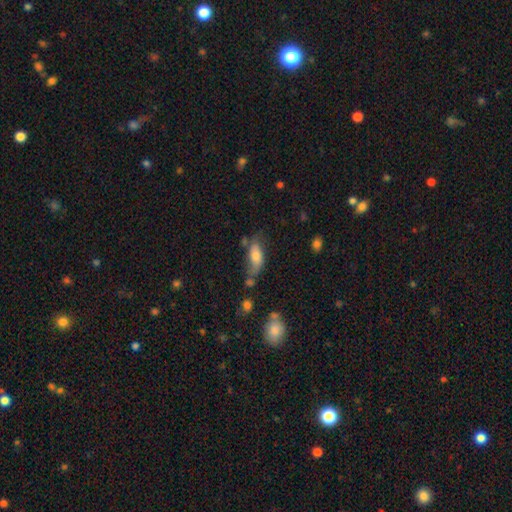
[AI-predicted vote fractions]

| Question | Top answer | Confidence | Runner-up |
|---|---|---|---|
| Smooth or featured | smooth | 70% | featured or disk (22%) |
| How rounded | in between | 79% | cigar-shaped (18%) |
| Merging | none | 46% | minor disturbance (28%) |